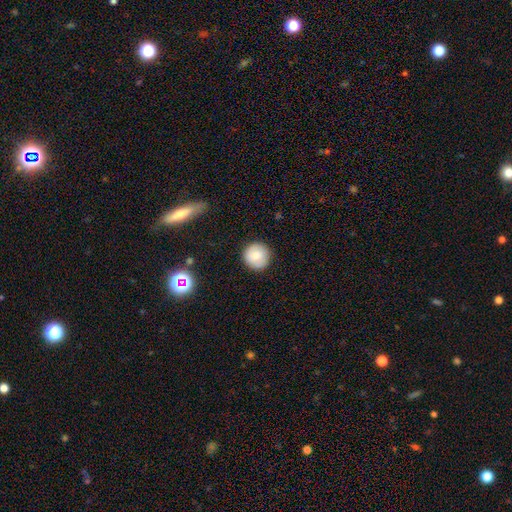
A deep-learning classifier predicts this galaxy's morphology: smooth 81%, featured or disk 11%, star or artifact 8%. Down the decision tree: how rounded — round (95%); merging — none (89%).